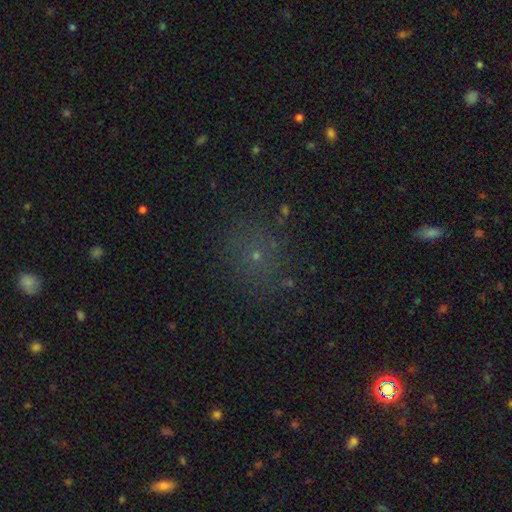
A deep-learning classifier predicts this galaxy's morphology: Smooth or featured? Predicted: smooth (p=0.52). How rounded? Predicted: round (p=0.84). Merging? Predicted: none (p=0.81).